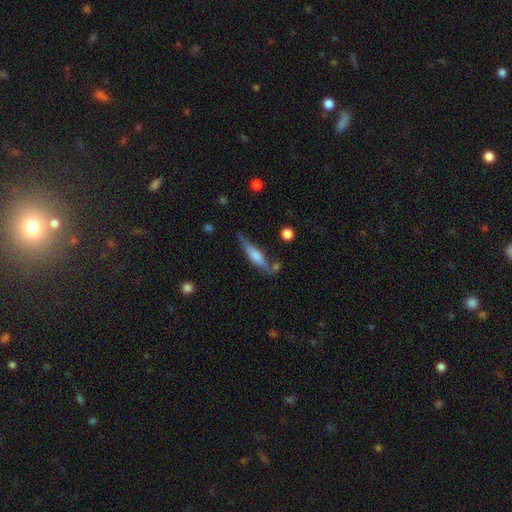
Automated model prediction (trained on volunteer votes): Overall: featured or disk (51%; smooth 42%). Edge-on disk: yes (92%). Merging: none (68%).